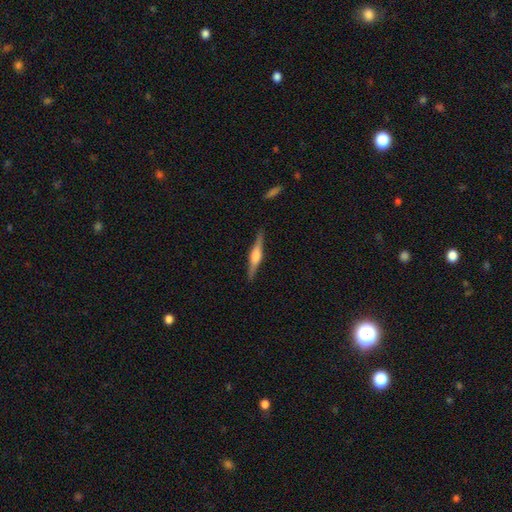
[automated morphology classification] featured or disk 73%, smooth 22%, star or artifact 6%. Down the decision tree: edge-on disk — yes (98%); edge-on bulge — rounded (82%); merging — none (90%).